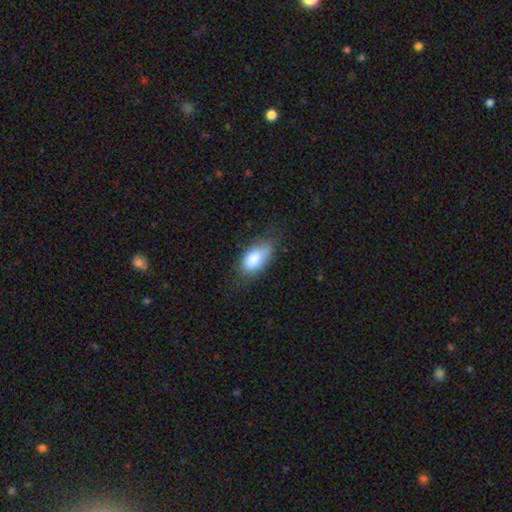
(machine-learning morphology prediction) A smooth galaxy with no disk features (85%) that is in between round and cigar-shaped (92%).

Vote fractions:
- Smooth or featured? smooth: 85% / featured or disk: 9% / star or artifact: 7%
- How rounded? in between: 92% / round: 5% / cigar-shaped: 3%
- Merging? none: 59% / minor disturbance: 30% / major disturbance: 9% / merger: 2%